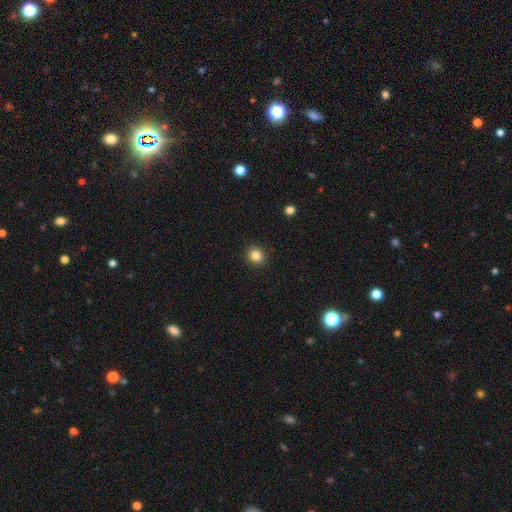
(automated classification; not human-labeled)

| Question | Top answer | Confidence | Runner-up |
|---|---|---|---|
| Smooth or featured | smooth | 84% | star or artifact (11%) |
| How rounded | round | 76% | in between (23%) |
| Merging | none | 91% | minor disturbance (6%) |